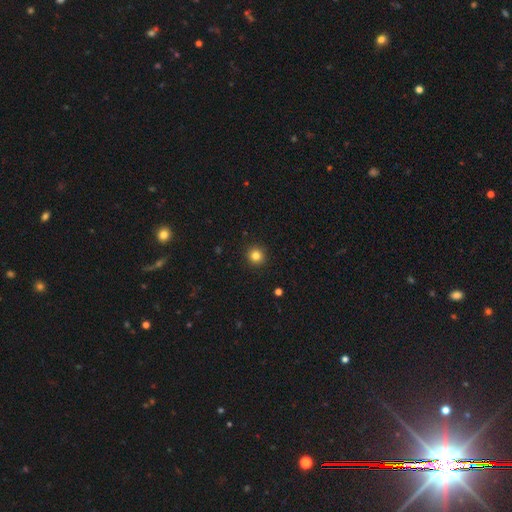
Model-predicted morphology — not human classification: Smooth or featured? smooth (83%)
How rounded? round (94%)
Merging? none (93%)